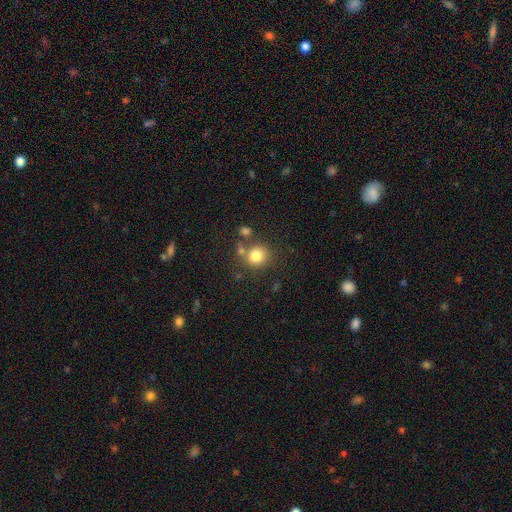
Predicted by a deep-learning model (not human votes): Smooth or featured: smooth — 80% (star or artifact — 12%)
How rounded: round — 87% (in between — 12%)
Merging: none — 69% (merger — 16%)